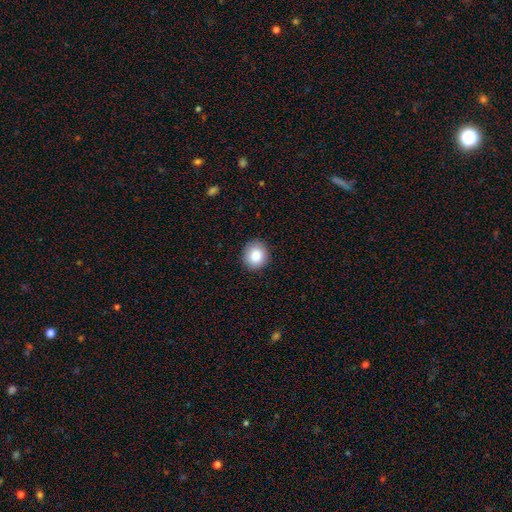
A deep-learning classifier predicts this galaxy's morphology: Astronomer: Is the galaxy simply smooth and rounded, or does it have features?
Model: smooth — 86%.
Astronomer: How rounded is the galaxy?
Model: round — 83%.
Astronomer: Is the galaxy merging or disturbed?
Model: none — 89%.